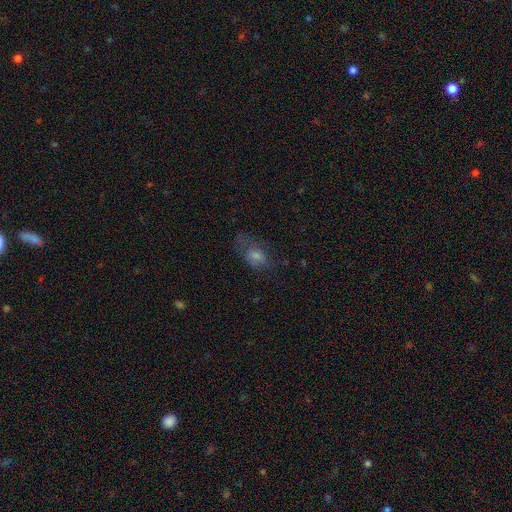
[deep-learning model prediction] Smooth or featured: smooth — 50% (featured or disk — 31%)
Merging: none — 48% (minor disturbance — 25%)